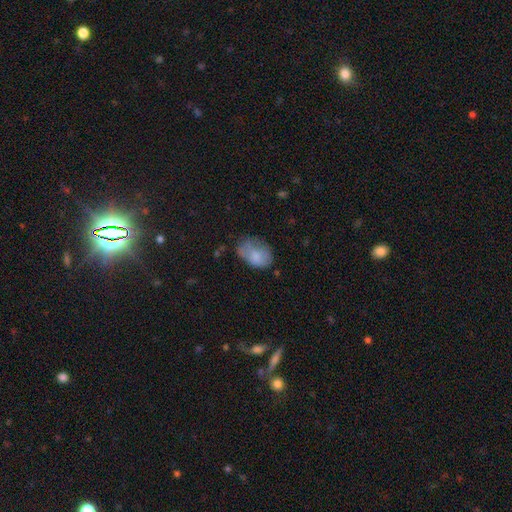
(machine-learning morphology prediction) Smooth or featured: smooth — 74% (featured or disk — 18%)
How rounded: in between — 83% (round — 16%)
Merging: none — 41% (minor disturbance — 36%)